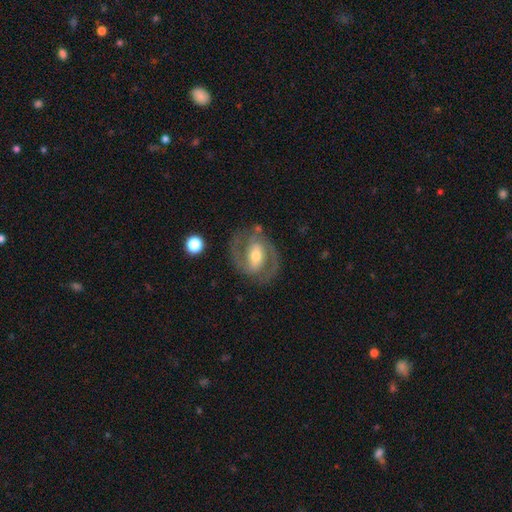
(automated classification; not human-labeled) Q: Smooth or featured?
A: featured or disk (84%); runner-up: smooth (11%)
Q: Edge-on disk?
A: no (97%); runner-up: yes (3%)
Q: Bar?
A: weak (39%); runner-up: strong (38%)
Q: Spiral arms?
A: yes (92%); runner-up: no (8%)
Q: Spiral winding?
A: medium (56%); runner-up: tight (31%)
Q: Spiral arm count?
A: 2 (90%); runner-up: can't tell (4%)
Q: Bulge size?
A: moderate (62%); runner-up: small (28%)
Q: Merging?
A: none (78%); runner-up: minor disturbance (13%)